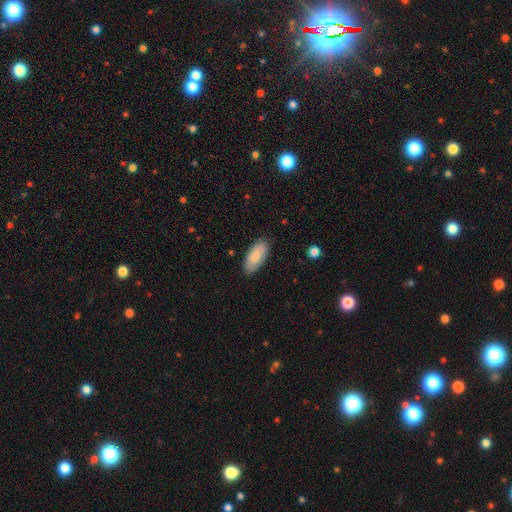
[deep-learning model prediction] This is clearly a smooth galaxy (86%). How rounded: clearly in between (88%). Merging: clearly none (86%).